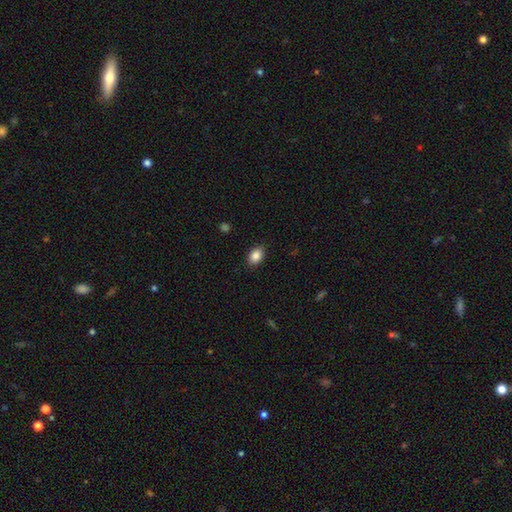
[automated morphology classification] The model was most divided on "how rounded": in between: 77%, round: 22%, cigar-shaped: 1%. More confident: merging — none (88%); smooth or featured — smooth (87%).